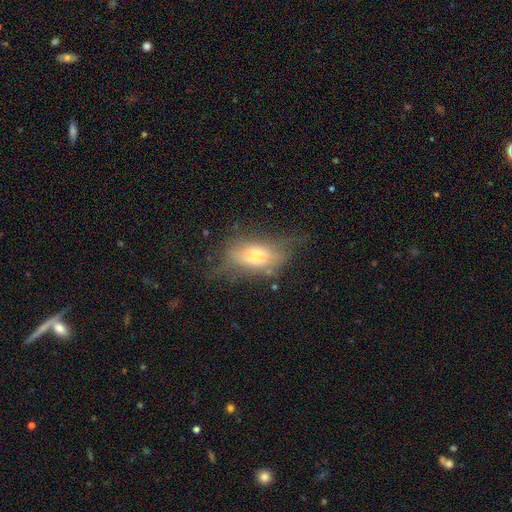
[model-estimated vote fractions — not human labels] Smooth or featured? Predicted: featured or disk (p=0.51). Edge-on disk? Predicted: yes (p=0.59). Merging? Predicted: none (p=0.46).